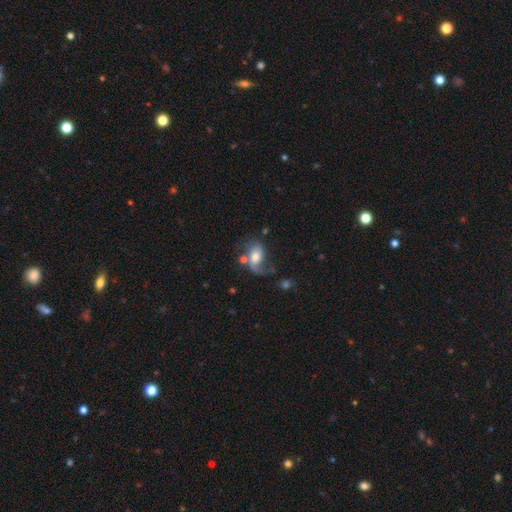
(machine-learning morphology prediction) smooth-or-featured: featured or disk: 48% | smooth: 43% | star or artifact: 8%
  merging: none: 33% | major disturbance: 30% | minor disturbance: 20% | merger: 16%